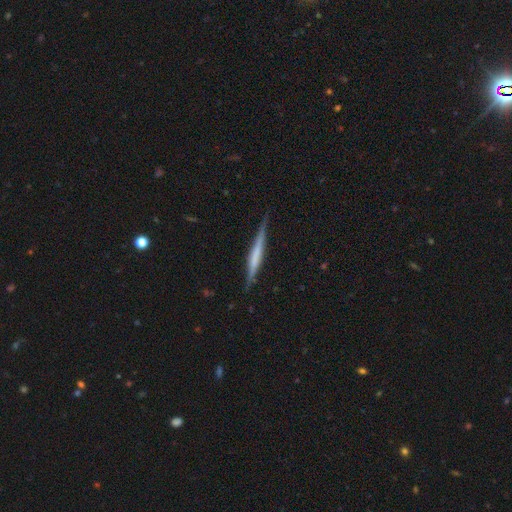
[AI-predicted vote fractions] smooth_or_featured: featured or disk (p=0.58) [alt: smooth p=0.37]
disk_edge_on: yes (p=0.97) [alt: no p=0.03]
edge_on_bulge: none (p=0.58) [alt: boxy p=0.22]
merging: none (p=0.86) [alt: minor disturbance p=0.11]